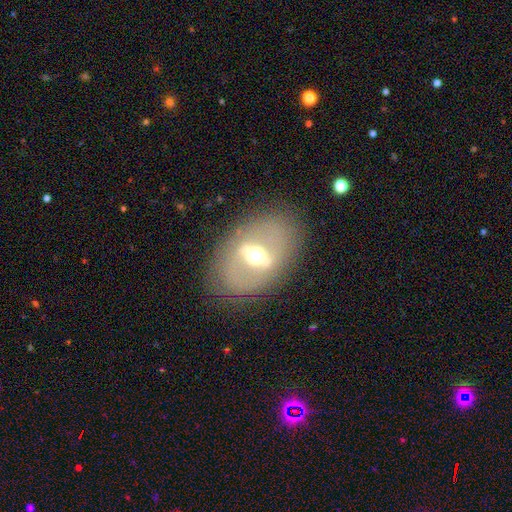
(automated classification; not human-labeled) Smooth or featured: featured or disk — 72% (smooth — 20%)
Edge-on disk: no — 82% (yes — 18%)
Bar: strong — 62% (weak — 29%)
Spiral arms: no — 77% (yes — 23%)
Bulge size: moderate — 70% (large — 15%)
Merging: none — 81% (minor disturbance — 12%)